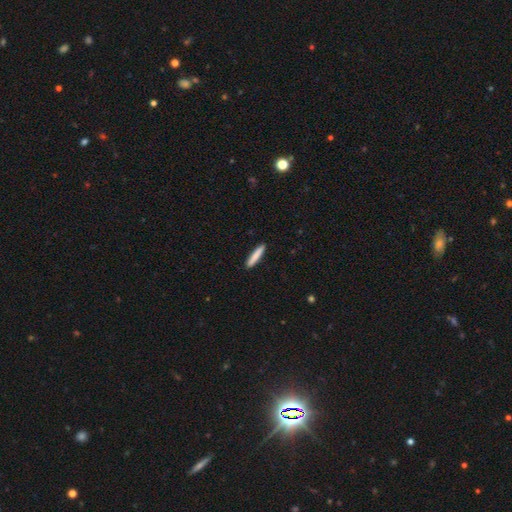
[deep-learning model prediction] A smooth galaxy with no disk features (83%) that is cigar-shaped (93%). Merging: none (92%).